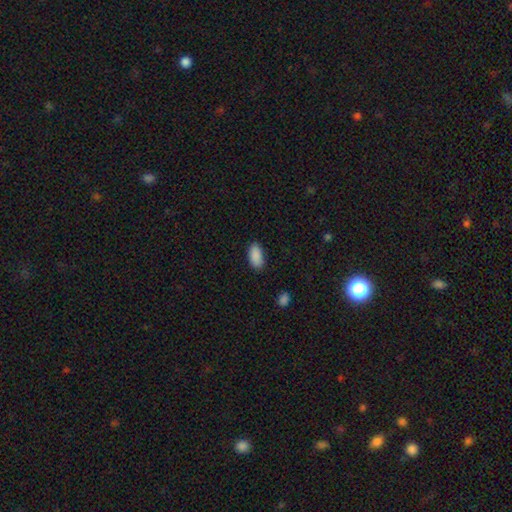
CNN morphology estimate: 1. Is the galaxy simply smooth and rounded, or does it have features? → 90% smooth, 7% star or artifact, 3% featured or disk.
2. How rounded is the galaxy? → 93% in between, 4% cigar-shaped, 3% round.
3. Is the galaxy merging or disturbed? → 86% none, 11% minor disturbance, 2% major disturbance, 1% merger.